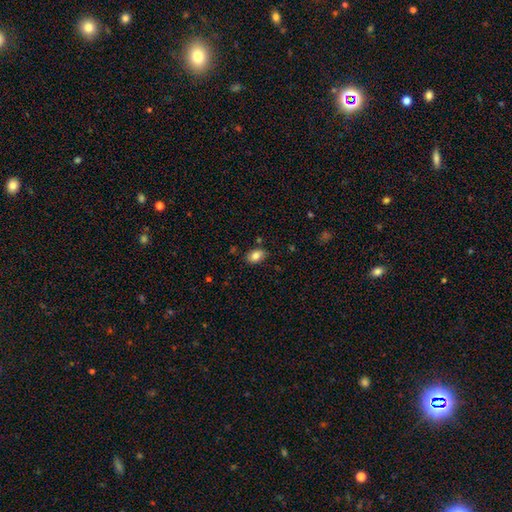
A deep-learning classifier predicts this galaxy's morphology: smooth_or_featured: smooth (p=0.83) [alt: featured or disk p=0.08]
how_rounded: in between (p=0.83) [alt: round p=0.16]
merging: none (p=0.81) [alt: minor disturbance p=0.13]